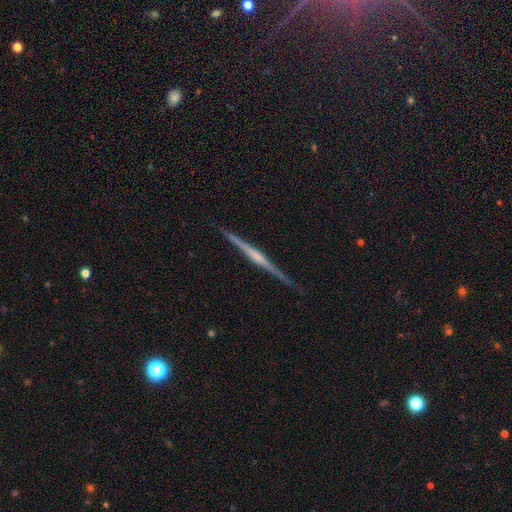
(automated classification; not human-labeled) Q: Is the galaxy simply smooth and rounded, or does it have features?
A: featured or disk — 81%.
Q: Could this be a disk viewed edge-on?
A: yes — 98%.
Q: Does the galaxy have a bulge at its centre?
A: rounded — 56%.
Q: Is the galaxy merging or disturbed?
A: none — 90%.